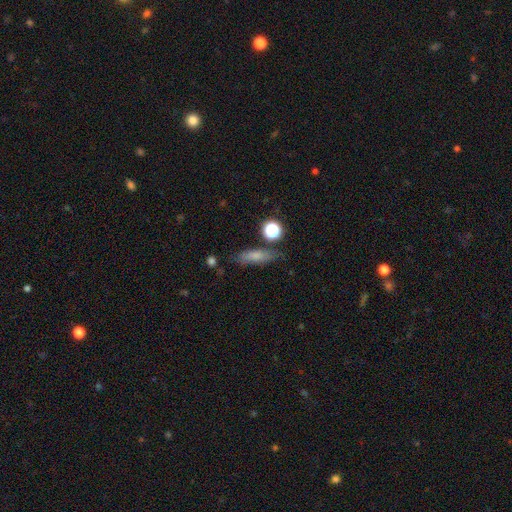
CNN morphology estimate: This is likely a smooth galaxy (73%). How rounded: possibly cigar-shaped (54%). Merging: likely none (73%).